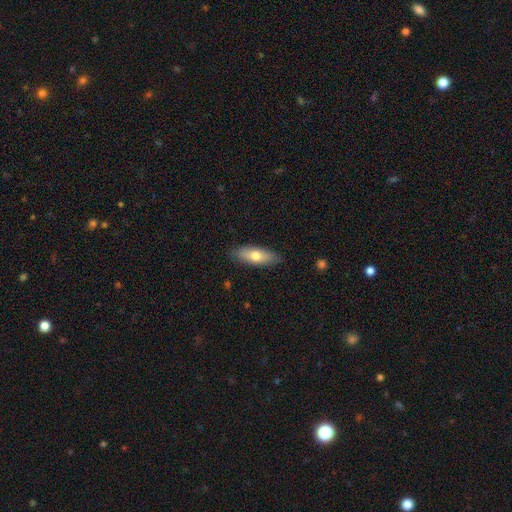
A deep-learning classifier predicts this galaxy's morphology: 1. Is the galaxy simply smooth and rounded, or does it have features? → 68% smooth, 26% featured or disk, 6% star or artifact.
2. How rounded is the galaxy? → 66% in between, 32% cigar-shaped, 3% round.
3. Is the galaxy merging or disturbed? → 86% none, 11% minor disturbance, 2% major disturbance, 1% merger.